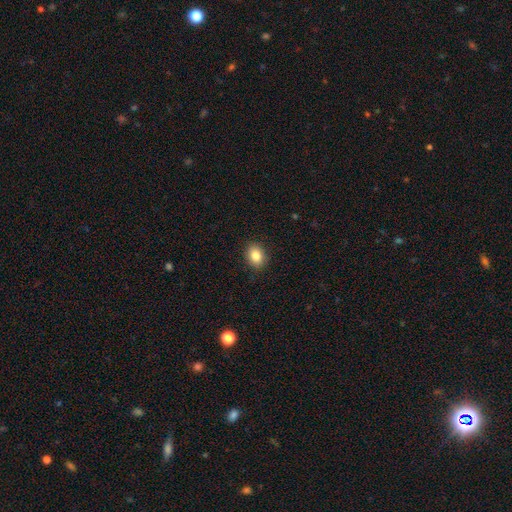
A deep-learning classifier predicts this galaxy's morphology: type=smooth (84%); roundness=in between (63%); merging=none (90%).